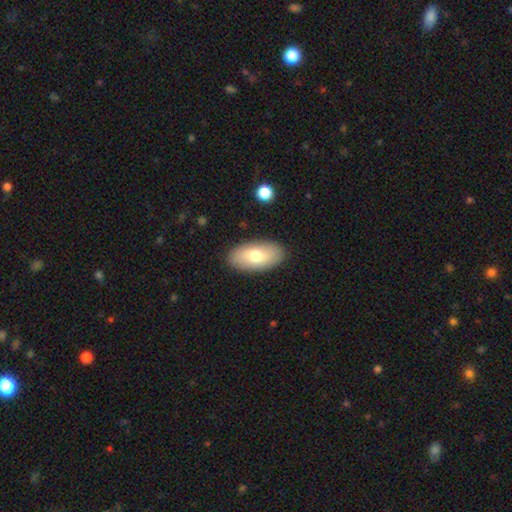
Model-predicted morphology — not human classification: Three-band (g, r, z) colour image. It shows a smooth galaxy with no disk features (71%) that is in between round and cigar-shaped (94%). Merging: none (89%).